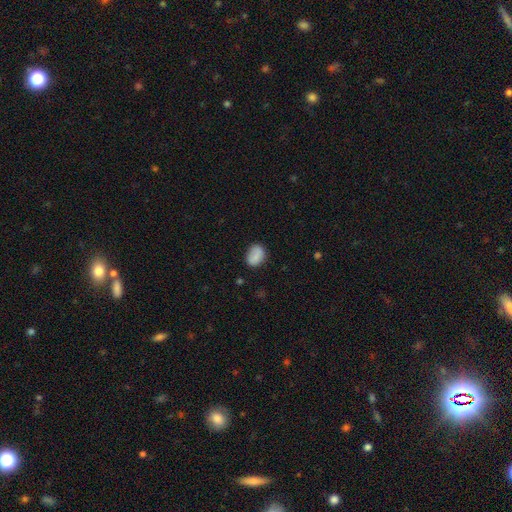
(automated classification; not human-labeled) Q: Smooth or featured?
A: smooth (84%); runner-up: star or artifact (8%)
Q: How rounded?
A: in between (75%); runner-up: round (24%)
Q: Merging?
A: none (79%); runner-up: minor disturbance (16%)